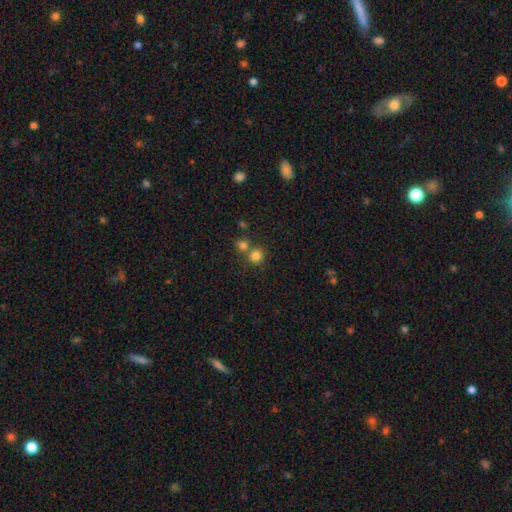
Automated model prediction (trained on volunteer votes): This is clearly a smooth galaxy (81%). How rounded: clearly round (90%). Merging: likely none (60%).